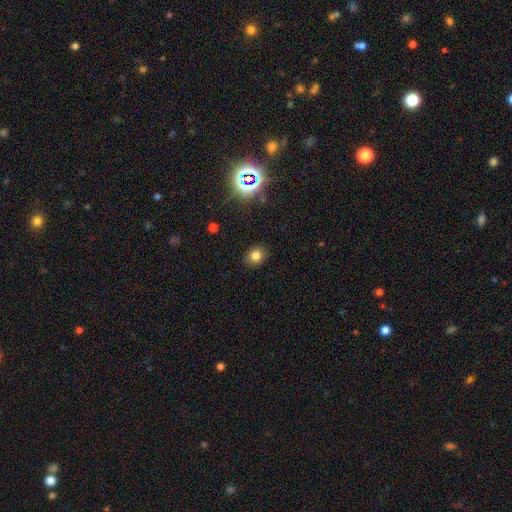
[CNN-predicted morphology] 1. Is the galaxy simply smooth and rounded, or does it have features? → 78% smooth, 15% star or artifact, 7% featured or disk.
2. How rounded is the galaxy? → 58% round, 41% in between, 1% cigar-shaped.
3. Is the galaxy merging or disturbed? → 88% none, 8% minor disturbance, 2% major disturbance, 1% merger.